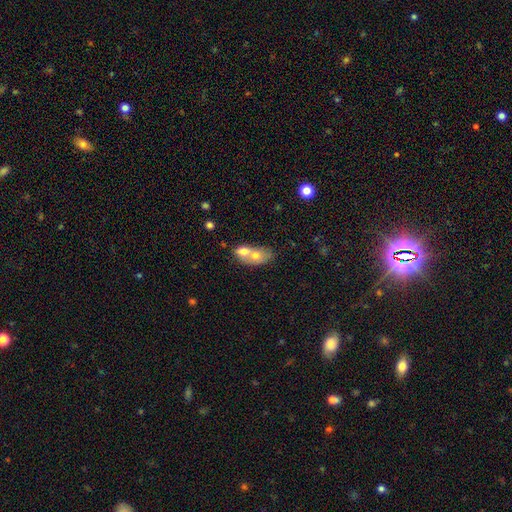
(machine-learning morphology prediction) smooth 63%, featured or disk 29%, star or artifact 8%. Down the decision tree: how rounded — in between (75%); merging — merger (75%).